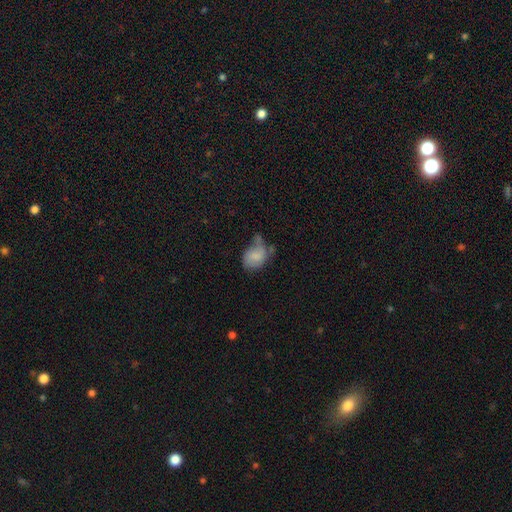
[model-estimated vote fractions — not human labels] A smooth galaxy with no disk features (72%) that is in between round and cigar-shaped (68%).

Vote fractions:
- Smooth or featured? smooth: 72% / featured or disk: 19% / star or artifact: 9%
- How rounded? in between: 68% / round: 30% / cigar-shaped: 1%
- Merging? none: 33% / minor disturbance: 32% / major disturbance: 18% / merger: 17%